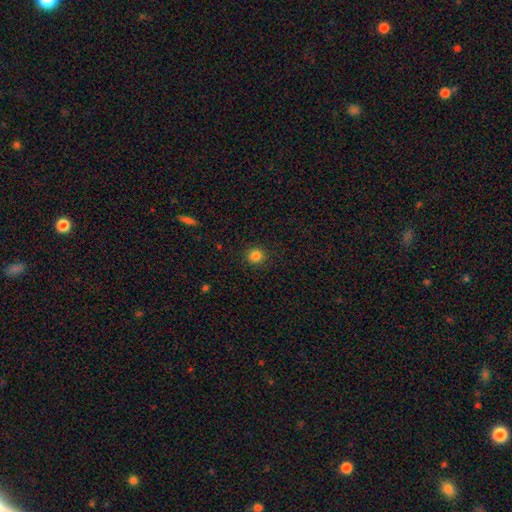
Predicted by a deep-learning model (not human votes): Smooth or featured? Predicted: smooth (p=0.84). How rounded? Predicted: round (p=0.94). Merging? Predicted: none (p=0.91).